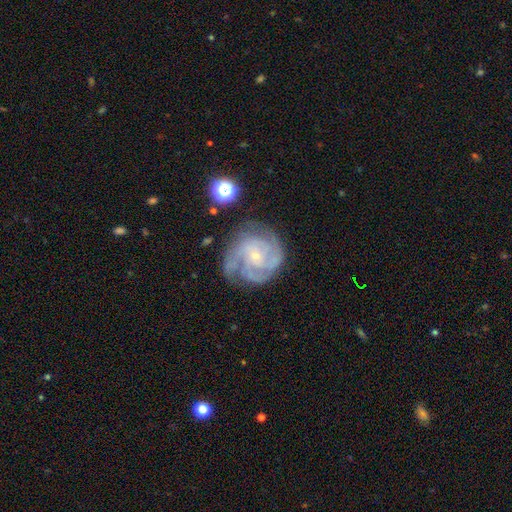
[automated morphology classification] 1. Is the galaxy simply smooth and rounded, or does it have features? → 87% featured or disk, 6% smooth, 6% star or artifact.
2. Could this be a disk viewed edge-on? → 98% no, 2% yes.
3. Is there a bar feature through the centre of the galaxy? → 71% no, 24% weak, 5% strong.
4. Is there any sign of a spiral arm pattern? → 97% yes, 3% no.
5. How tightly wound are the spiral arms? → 63% tight, 32% medium, 5% loose.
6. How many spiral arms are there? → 35% 3, 28% 4, 15% can't tell, 10% 2, 7% more than 4, 5% 1.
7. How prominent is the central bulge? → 81% small, 14% moderate, 3% none, 1% large, 1% dominant.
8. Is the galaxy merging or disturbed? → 71% none, 19% minor disturbance, 8% major disturbance, 2% merger.